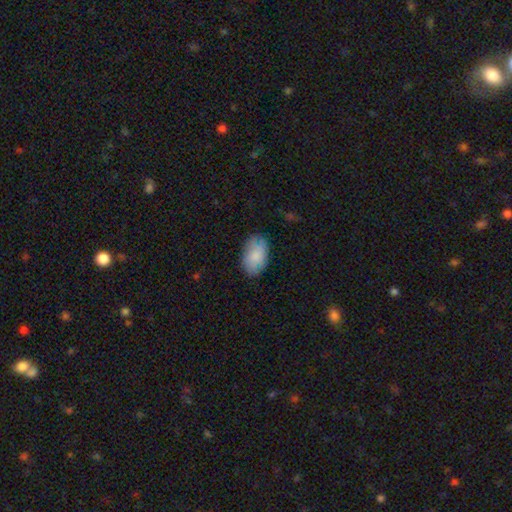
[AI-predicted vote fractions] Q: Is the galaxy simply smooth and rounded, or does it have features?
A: smooth — 81%.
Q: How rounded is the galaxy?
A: in between — 92%.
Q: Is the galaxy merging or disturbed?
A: none — 78%.